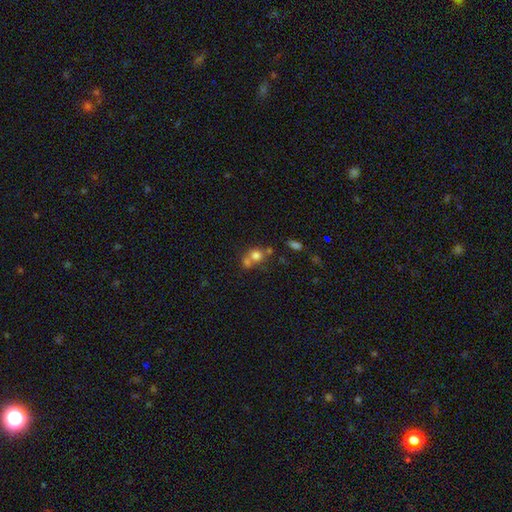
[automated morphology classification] A smooth galaxy with no disk features (71%) that is round (78%). Merging: merger (46%).